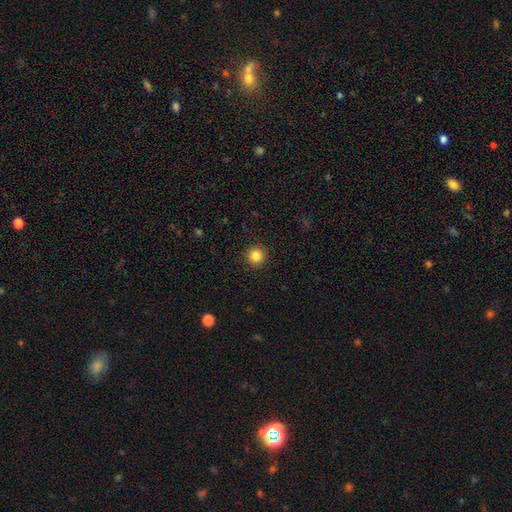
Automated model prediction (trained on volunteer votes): This is clearly a smooth galaxy (84%). How rounded: clearly round (95%). Merging: clearly none (93%).